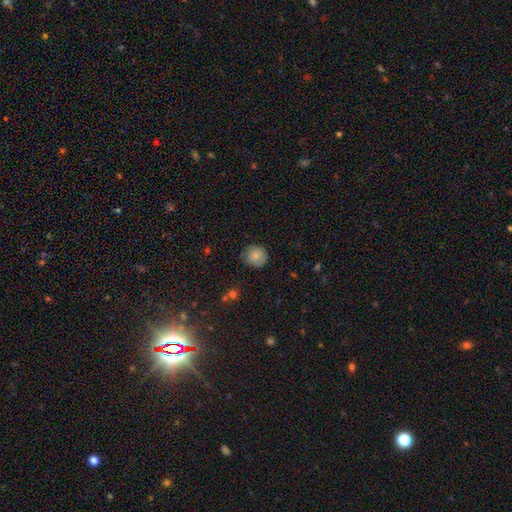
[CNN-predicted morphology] The model was most divided on "merging": none: 74%, minor disturbance: 21%, major disturbance: 4%, merger: 1%. More confident: how rounded — round (85%); smooth or featured — smooth (81%).